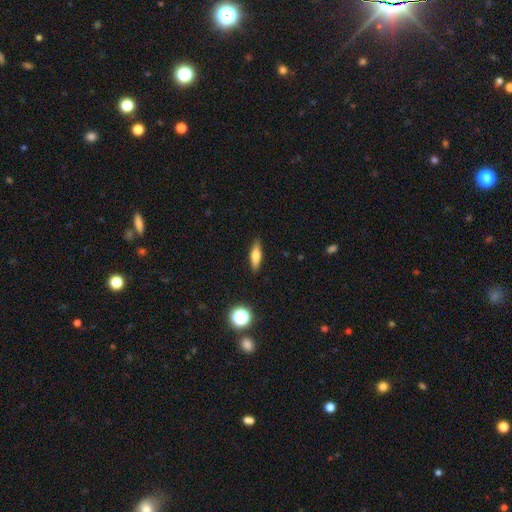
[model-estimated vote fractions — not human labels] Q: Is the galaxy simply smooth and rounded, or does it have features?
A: smooth — 64%.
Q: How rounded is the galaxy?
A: cigar-shaped — 51%.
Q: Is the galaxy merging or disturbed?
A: none — 87%.